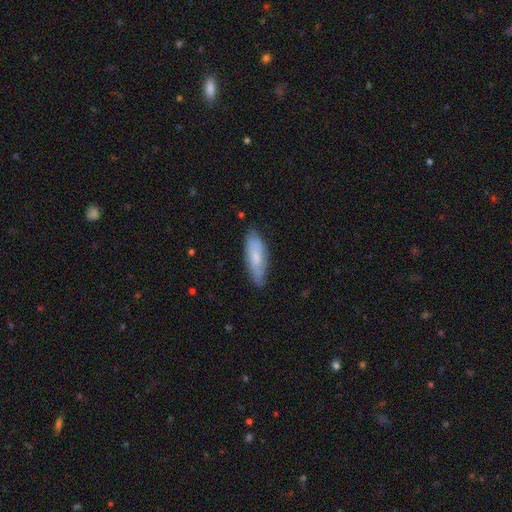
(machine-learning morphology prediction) A smooth galaxy with no disk features (70%) that is in between round and cigar-shaped (56%). Merging: none (78%).